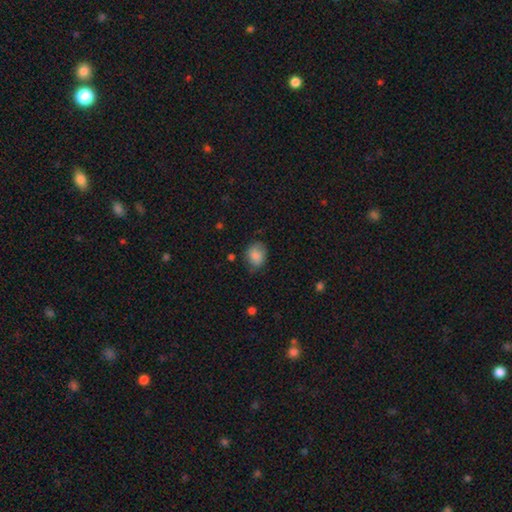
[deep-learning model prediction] Q: Smooth or featured?
A: smooth (83%); runner-up: featured or disk (9%)
Q: How rounded?
A: in between (55%); runner-up: round (44%)
Q: Merging?
A: none (66%); runner-up: minor disturbance (26%)